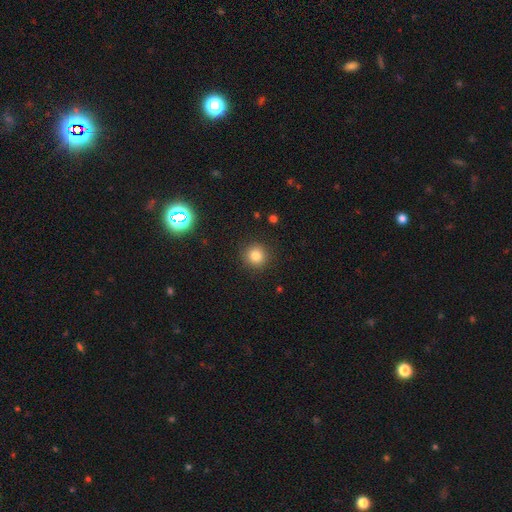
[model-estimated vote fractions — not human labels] smooth_or_featured: smooth (p=0.83) [alt: star or artifact p=0.12]
how_rounded: round (p=0.93) [alt: in between p=0.06]
merging: none (p=0.90) [alt: minor disturbance p=0.06]